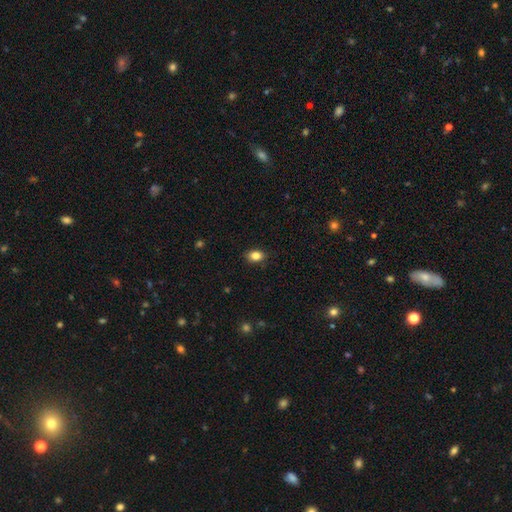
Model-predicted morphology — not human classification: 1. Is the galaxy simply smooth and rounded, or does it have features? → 84% smooth, 9% star or artifact, 6% featured or disk.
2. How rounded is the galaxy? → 78% in between, 21% round, 2% cigar-shaped.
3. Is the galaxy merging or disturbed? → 85% none, 11% minor disturbance, 2% major disturbance, 1% merger.